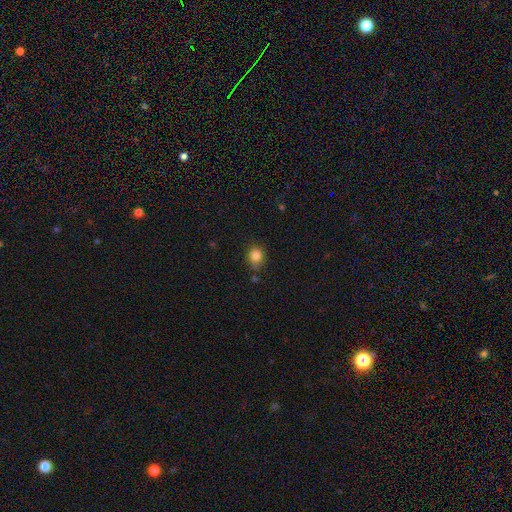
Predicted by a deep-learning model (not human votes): Overall: smooth (83%). How rounded: round (70%). Merging: none (71%).